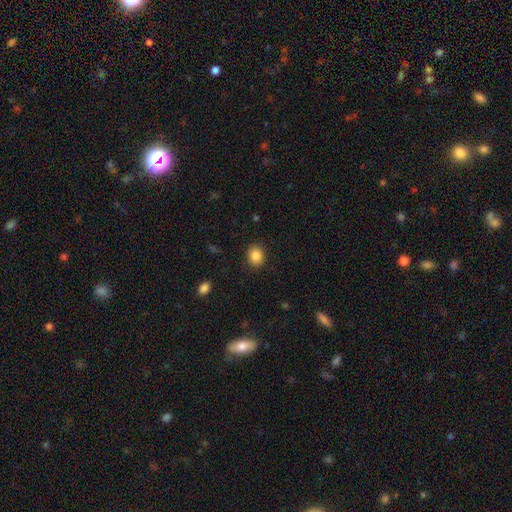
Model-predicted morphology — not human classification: type=smooth (86%); roundness=round (61%); merging=none (88%).